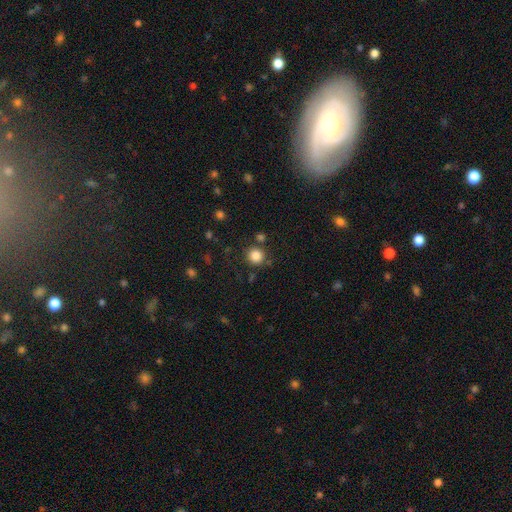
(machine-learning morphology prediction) A smooth galaxy with no disk features (85%) that is round (92%). Merging: none (83%).